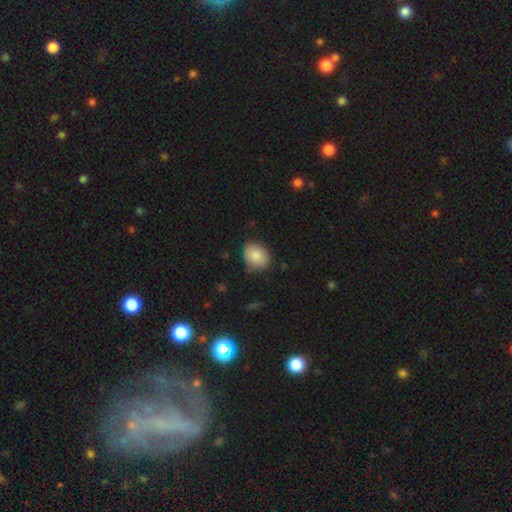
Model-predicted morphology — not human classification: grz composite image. It shows a smooth galaxy with no disk features (85%) that is round (55%). Merging: none (73%).